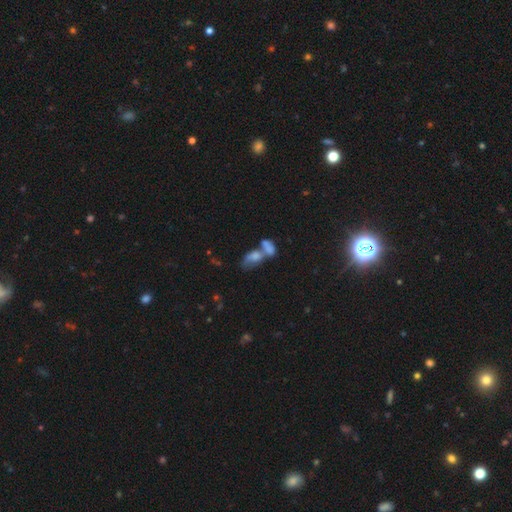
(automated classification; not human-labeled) smooth_or_featured: smooth (p=0.41) [alt: star or artifact p=0.32]
merging: merger (p=0.53) [alt: none p=0.31]